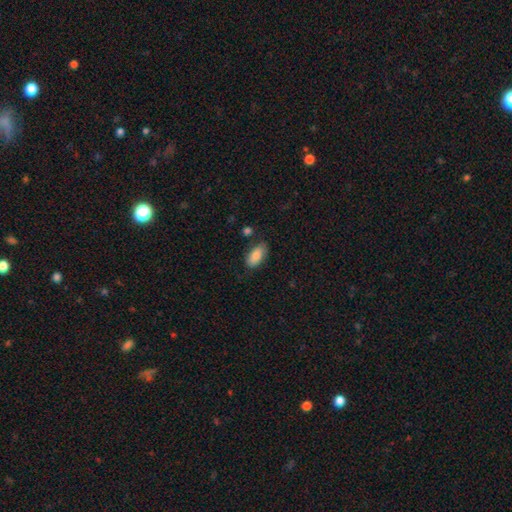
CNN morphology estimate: Smooth or featured? Predicted: smooth (p=0.85). How rounded? Predicted: in between (p=0.93). Merging? Predicted: none (p=0.76).